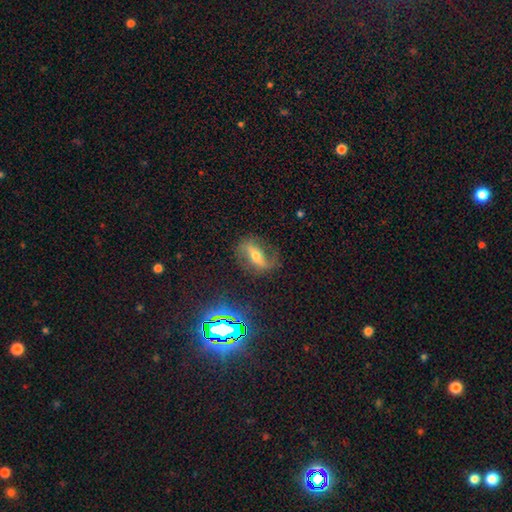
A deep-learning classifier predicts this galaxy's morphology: smooth-or-featured: featured or disk: 61% | smooth: 21% | star or artifact: 18%
  disk-edge-on: no: 78% | yes: 22%
  merging: none: 72% | minor disturbance: 16% | major disturbance: 10% | merger: 2%